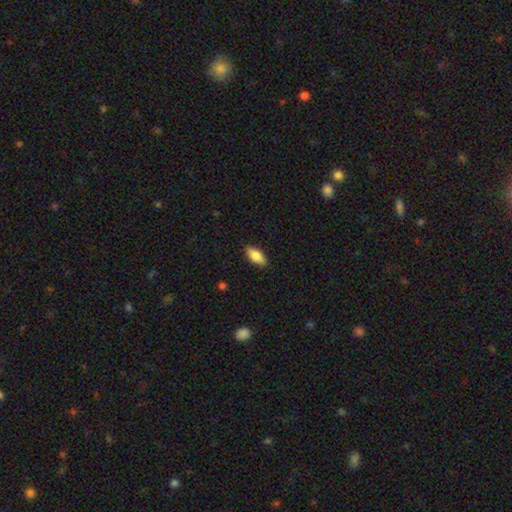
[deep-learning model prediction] Overall: smooth (78%). How rounded: in between (82%). Merging: none (87%).